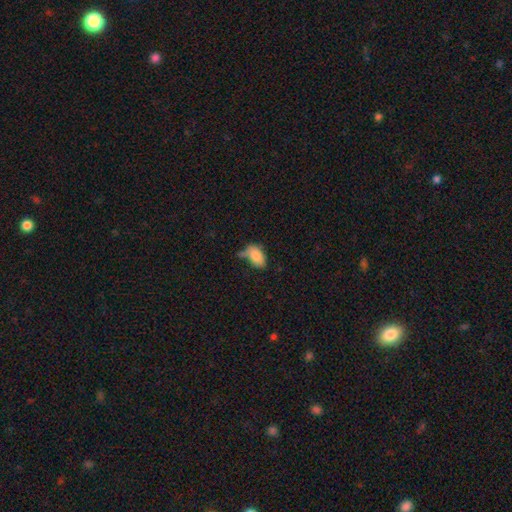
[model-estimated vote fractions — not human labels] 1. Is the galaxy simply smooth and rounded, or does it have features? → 82% smooth, 10% featured or disk, 8% star or artifact.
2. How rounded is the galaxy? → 92% in between, 6% round, 2% cigar-shaped.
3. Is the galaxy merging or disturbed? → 40% none, 30% minor disturbance, 16% merger, 15% major disturbance.